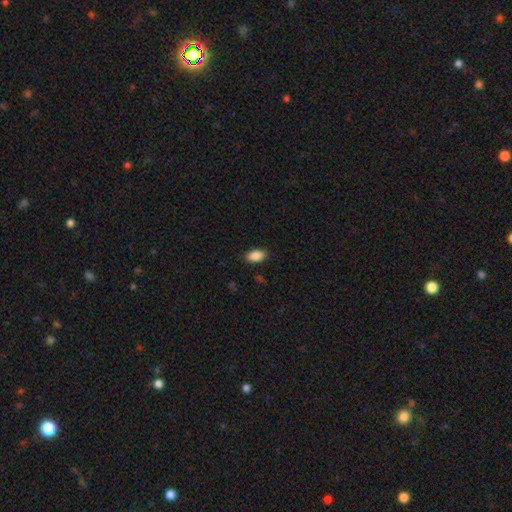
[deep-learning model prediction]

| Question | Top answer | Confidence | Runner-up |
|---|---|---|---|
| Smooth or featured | smooth | 88% | star or artifact (7%) |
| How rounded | in between | 92% | cigar-shaped (4%) |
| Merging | none | 88% | minor disturbance (9%) |